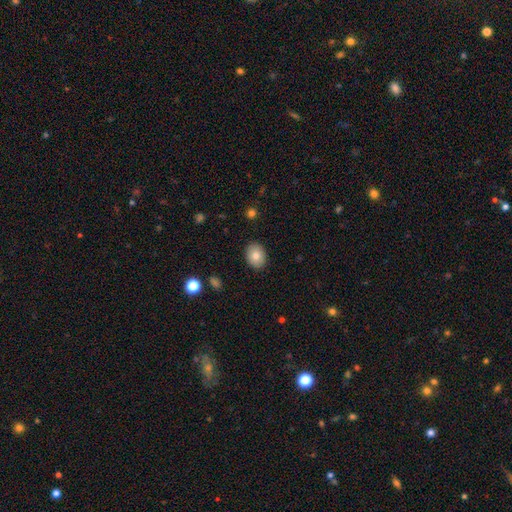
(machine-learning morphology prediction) Q: Smooth or featured?
A: smooth (81%); runner-up: featured or disk (11%)
Q: How rounded?
A: in between (62%); runner-up: round (37%)
Q: Merging?
A: none (89%); runner-up: minor disturbance (8%)